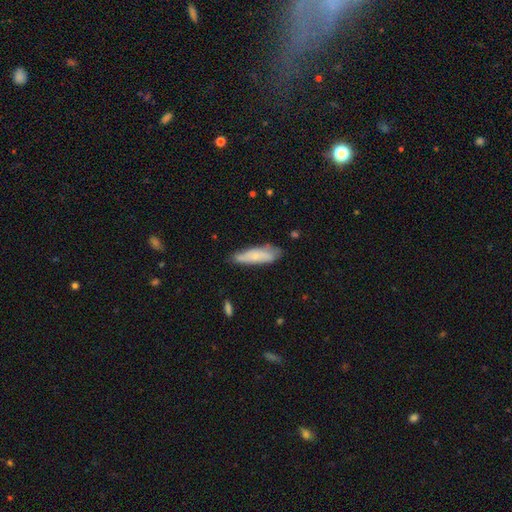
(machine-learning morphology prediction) This is likely a smooth galaxy (64%). How rounded: possibly cigar-shaped (57%). Merging: likely none (64%).